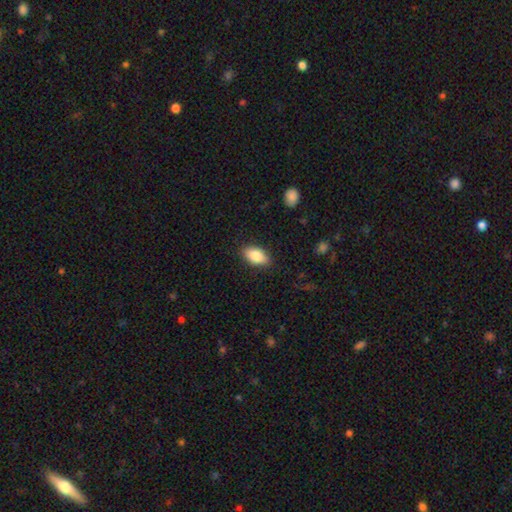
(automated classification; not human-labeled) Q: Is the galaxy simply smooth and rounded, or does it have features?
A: smooth — 86%.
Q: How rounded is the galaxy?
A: in between — 92%.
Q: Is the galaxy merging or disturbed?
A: none — 86%.